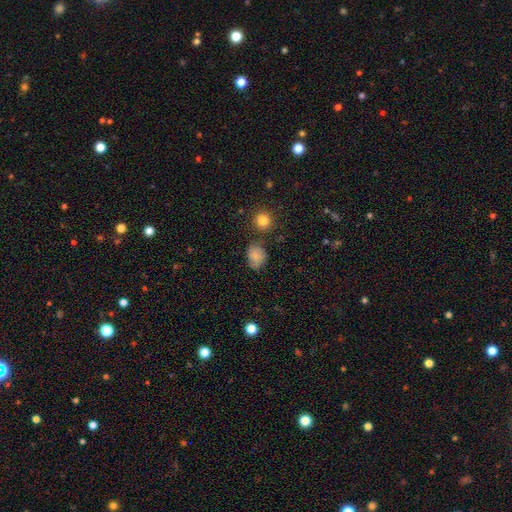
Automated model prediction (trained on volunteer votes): Smooth or featured? smooth (77%)
How rounded? in between (53%)
Merging? none (65%)